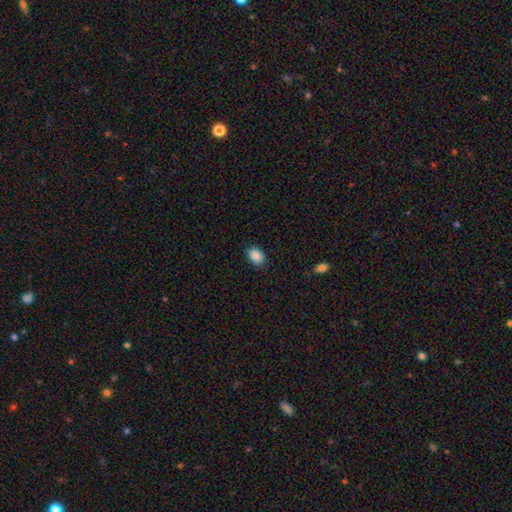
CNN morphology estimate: The model was most divided on "how rounded": in between: 73%, round: 26%, cigar-shaped: 1%. More confident: smooth or featured — smooth (88%); merging — none (88%).